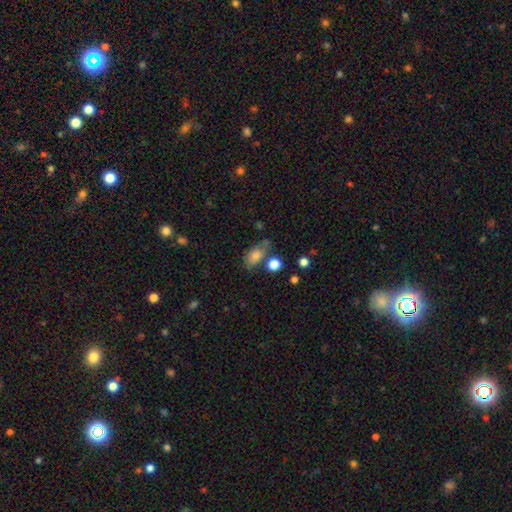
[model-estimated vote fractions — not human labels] smooth-or-featured: smooth: 77% | star or artifact: 12% | featured or disk: 11%
  how-rounded: in between: 85% | round: 12% | cigar-shaped: 3%
  merging: none: 58% | minor disturbance: 21% | merger: 13% | major disturbance: 8%